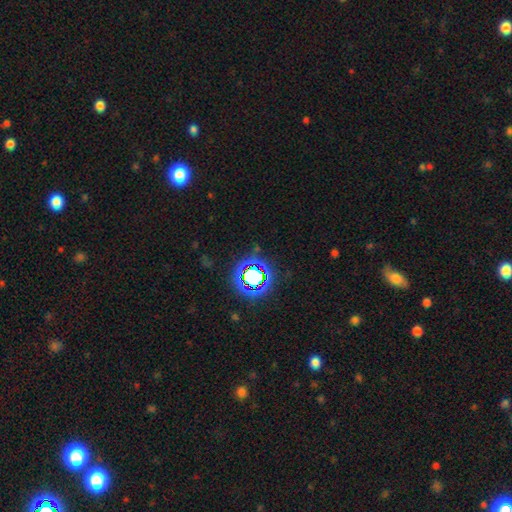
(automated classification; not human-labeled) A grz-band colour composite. It shows a star or artifact, not a galaxy (78%).